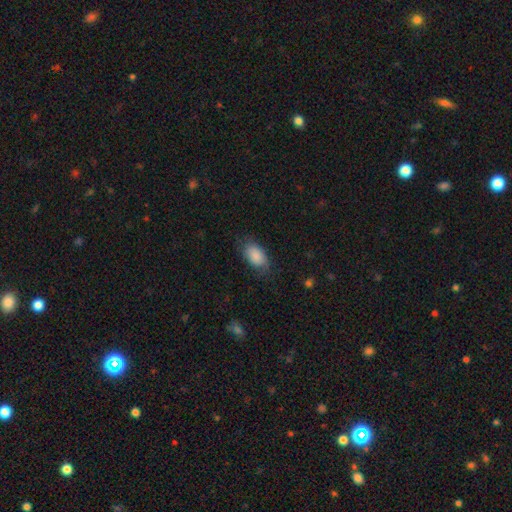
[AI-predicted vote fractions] Overall: smooth (86%). How rounded: in between (93%). Merging: none (72%).